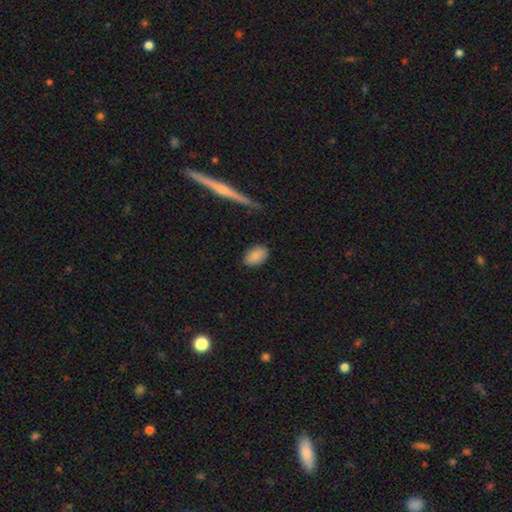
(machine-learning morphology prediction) type=smooth (84%); roundness=in between (88%); merging=none (84%).